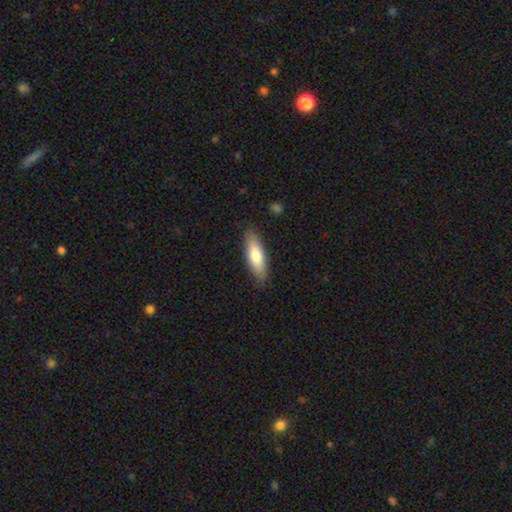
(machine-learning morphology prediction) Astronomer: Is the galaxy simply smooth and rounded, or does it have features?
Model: smooth — 73%.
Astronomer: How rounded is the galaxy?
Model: cigar-shaped — 49%, tied with in between at 49%.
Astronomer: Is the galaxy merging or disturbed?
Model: none — 85%.